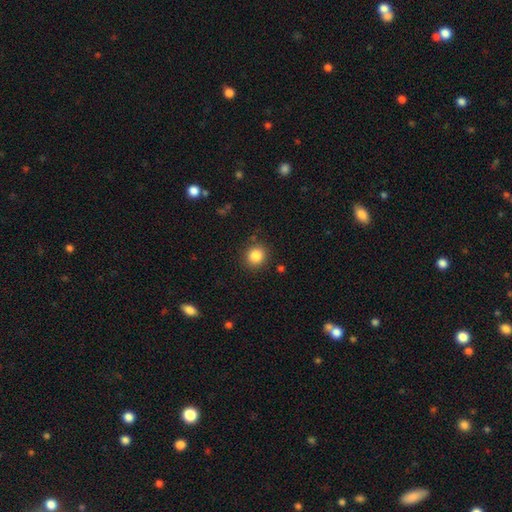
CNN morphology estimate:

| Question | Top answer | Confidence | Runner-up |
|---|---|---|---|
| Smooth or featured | smooth | 85% | star or artifact (11%) |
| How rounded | round | 88% | in between (11%) |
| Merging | none | 87% | minor disturbance (8%) |